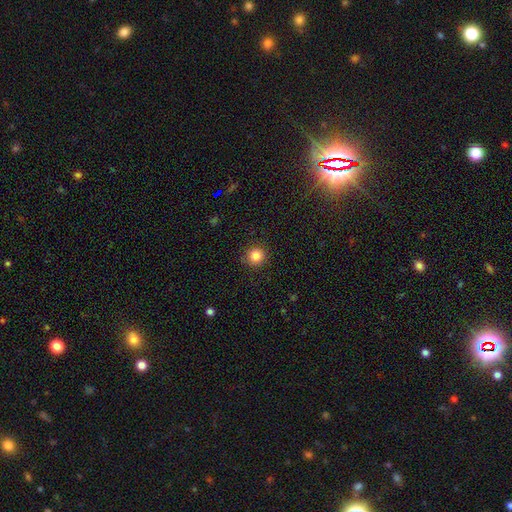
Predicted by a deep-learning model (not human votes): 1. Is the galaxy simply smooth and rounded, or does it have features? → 84% smooth, 11% star or artifact, 5% featured or disk.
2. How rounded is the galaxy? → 94% round, 5% in between, 1% cigar-shaped.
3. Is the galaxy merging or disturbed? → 90% none, 7% minor disturbance, 2% major disturbance, 1% merger.